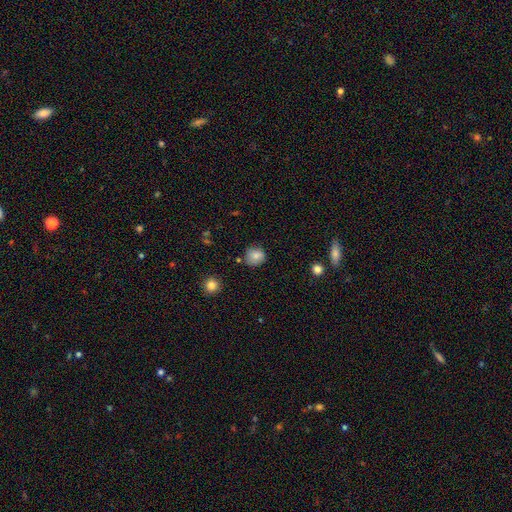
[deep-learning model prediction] Q: Smooth or featured?
A: smooth (83%); runner-up: star or artifact (11%)
Q: How rounded?
A: round (83%); runner-up: in between (16%)
Q: Merging?
A: none (77%); runner-up: minor disturbance (16%)